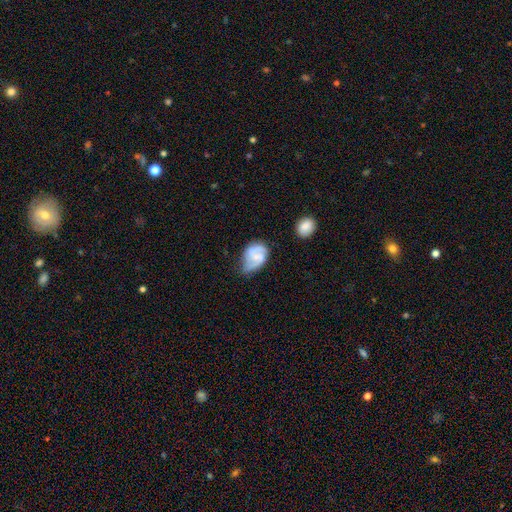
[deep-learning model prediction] Smooth or featured: featured or disk — 62% (smooth — 31%)
Edge-on disk: no — 98% (yes — 2%)
Bar: no — 49% (weak — 42%)
Spiral arms: yes — 89% (no — 11%)
Spiral winding: medium — 47% (tight — 34%)
Spiral arm count: 2 — 69% (can't tell — 13%)
Bulge size: small — 41% (none — 32%)
Merging: none — 48% (minor disturbance — 35%)